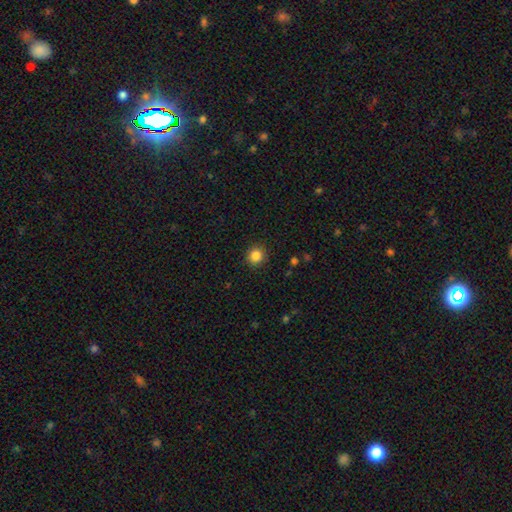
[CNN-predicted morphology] This is clearly a smooth galaxy (85%). How rounded: clearly round (90%). Merging: clearly none (91%).